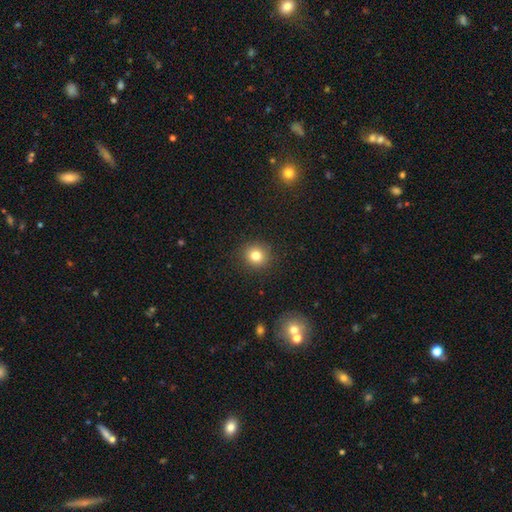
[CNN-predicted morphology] This appears to be a smooth galaxy with no disk features (81%) that is round (89%). Merging: none (90%).